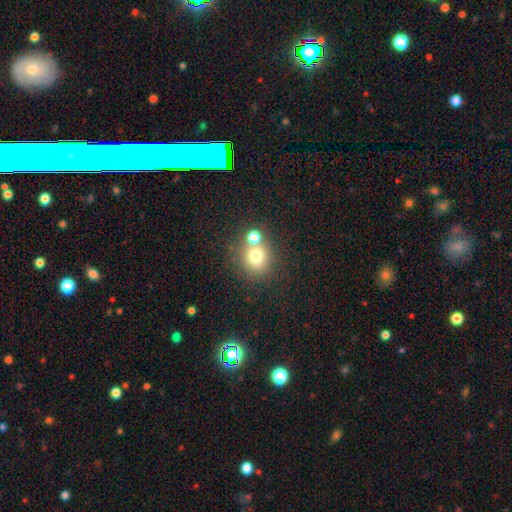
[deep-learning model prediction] This is likely a smooth galaxy (73%). How rounded: clearly round (88%). Merging: possibly none (60%).